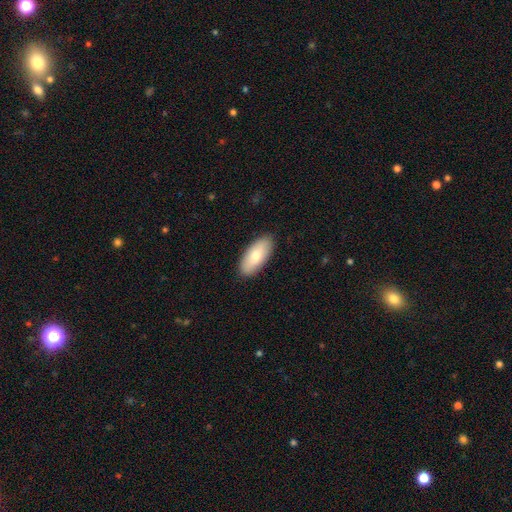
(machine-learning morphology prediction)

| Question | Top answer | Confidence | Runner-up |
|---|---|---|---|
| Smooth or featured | smooth | 75% | featured or disk (19%) |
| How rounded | in between | 88% | cigar-shaped (10%) |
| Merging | none | 88% | minor disturbance (9%) |